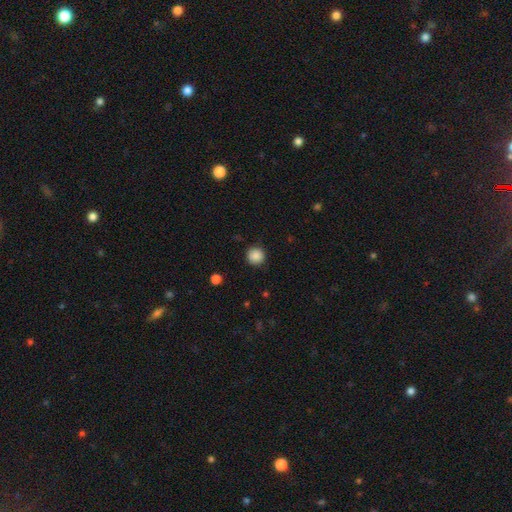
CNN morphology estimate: A smooth galaxy with no disk features (87%) that is round (95%).

Vote fractions:
- Smooth or featured? smooth: 87% / star or artifact: 9% / featured or disk: 4%
- How rounded? round: 95% / in between: 4% / cigar-shaped: 1%
- Merging? none: 89% / minor disturbance: 8% / major disturbance: 2% / merger: 1%